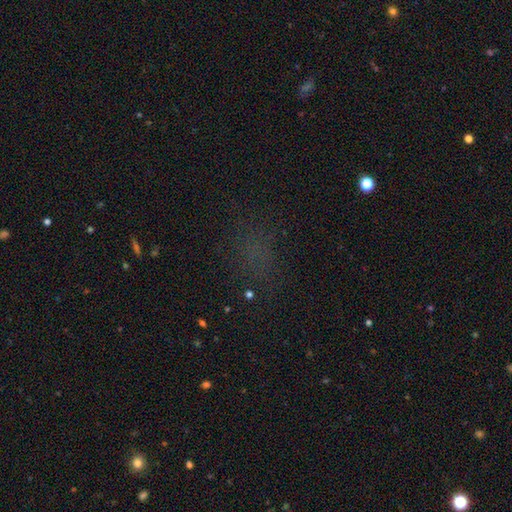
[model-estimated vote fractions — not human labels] Smooth or featured?
  - star or artifact: 45% *
  - smooth: 44%
  - featured or disk: 11%